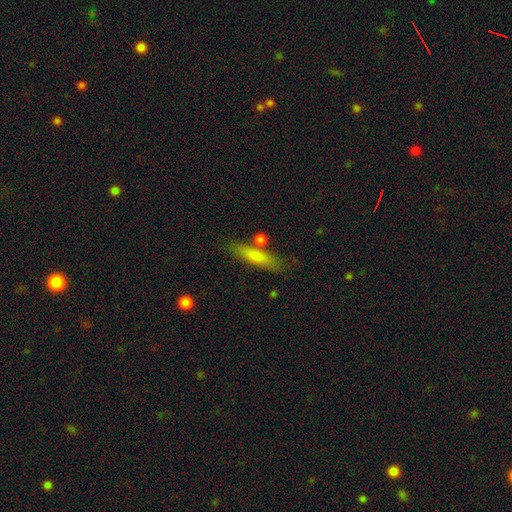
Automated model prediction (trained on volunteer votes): Smooth or featured: smooth — 77% (featured or disk — 16%)
How rounded: cigar-shaped — 72% (in between — 25%)
Merging: none — 71% (minor disturbance — 14%)